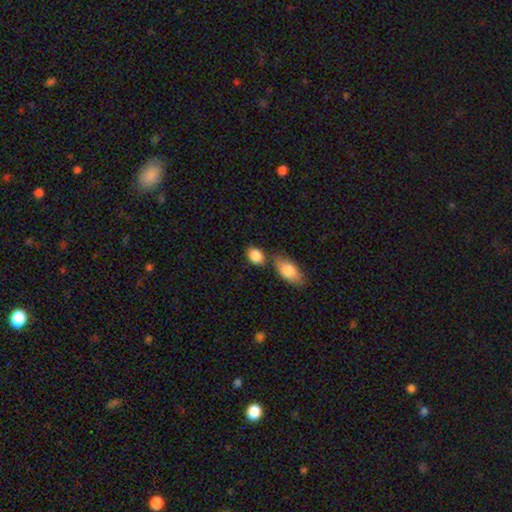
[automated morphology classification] Q: Smooth or featured?
A: smooth (87%); runner-up: star or artifact (7%)
Q: How rounded?
A: in between (76%); runner-up: round (22%)
Q: Merging?
A: none (60%); runner-up: merger (22%)